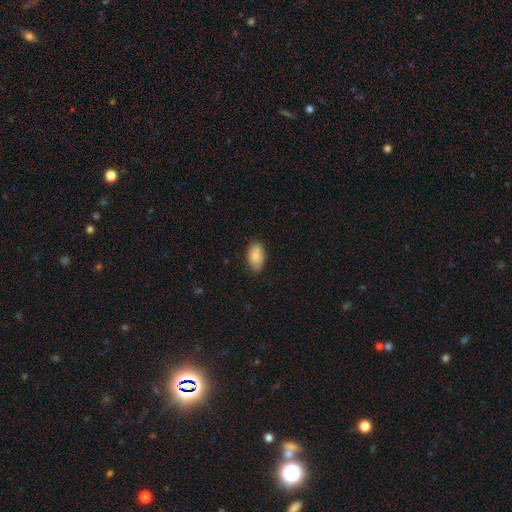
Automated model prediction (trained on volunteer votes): The model was most divided on "merging": none: 80%, minor disturbance: 16%, major disturbance: 3%, merger: 1%. More confident: how rounded — in between (94%); smooth or featured — smooth (87%).